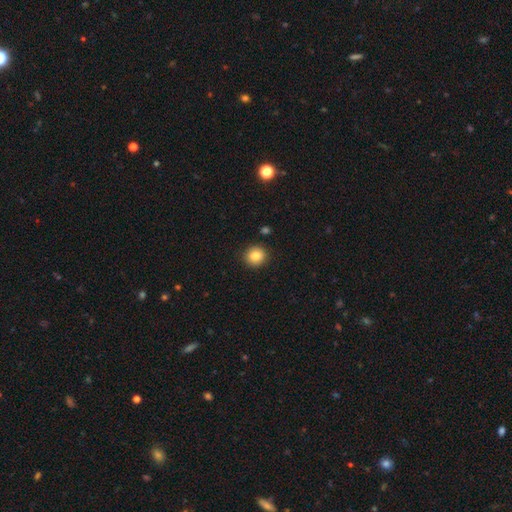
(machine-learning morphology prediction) type=smooth (83%); roundness=round (90%); merging=none (91%).